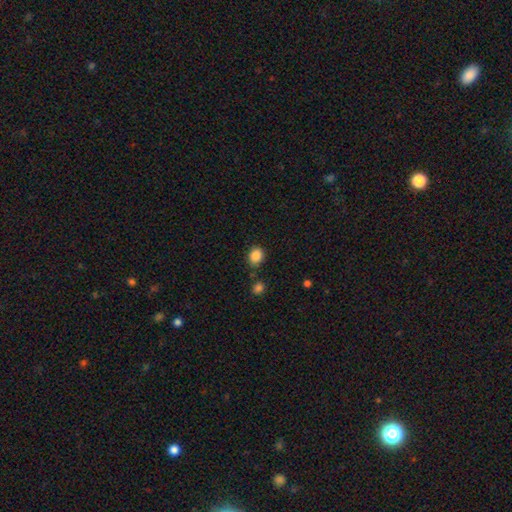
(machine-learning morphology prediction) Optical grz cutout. It shows a smooth galaxy with no disk features (86%) that is round (57%). Merging: none (79%).